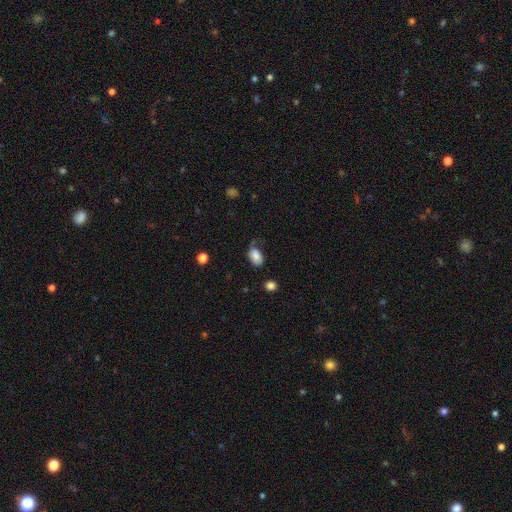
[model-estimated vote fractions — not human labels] Morphology: type=smooth (81%); roundness=in between (90%); merging=none (43%).